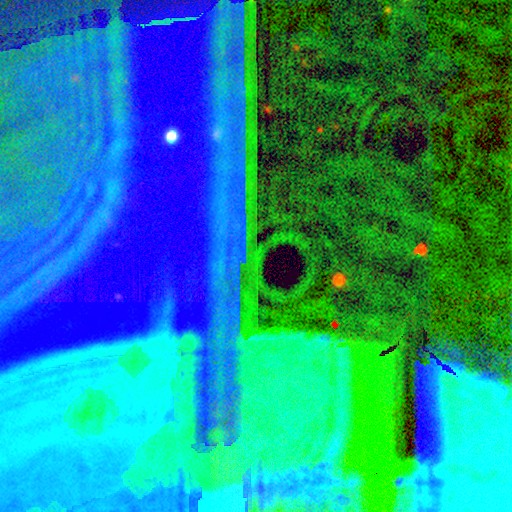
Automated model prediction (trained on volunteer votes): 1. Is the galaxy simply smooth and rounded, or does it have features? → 85% star or artifact, 8% featured or disk, 7% smooth.